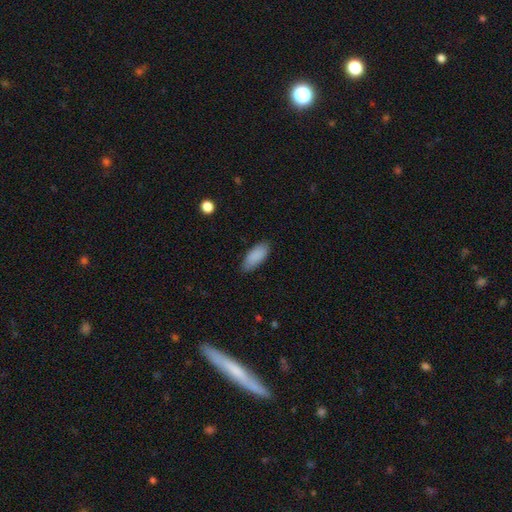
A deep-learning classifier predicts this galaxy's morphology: smooth-or-featured: smooth: 89% | star or artifact: 6% | featured or disk: 5%
  how-rounded: in between: 85% | cigar-shaped: 13% | round: 2%
  merging: none: 78% | minor disturbance: 18% | major disturbance: 3% | merger: 1%